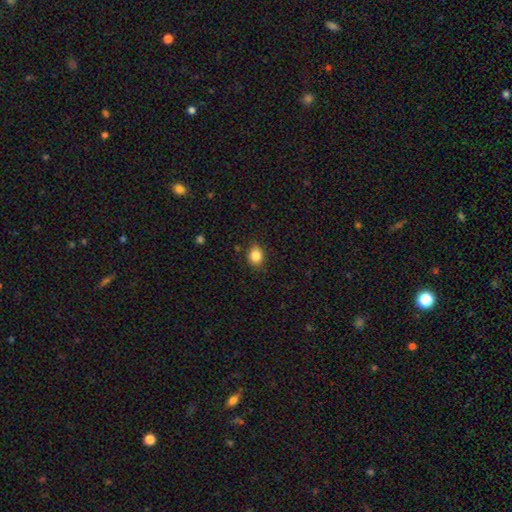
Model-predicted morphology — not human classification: type=smooth (85%); roundness=round (62%); merging=none (84%).